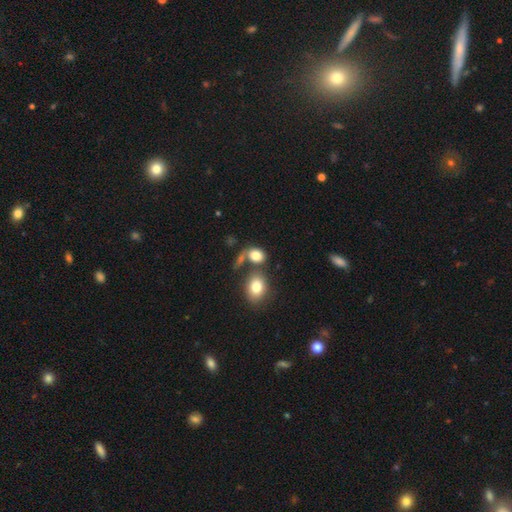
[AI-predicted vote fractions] A smooth galaxy with no disk features (81%) that is in between round and cigar-shaped (62%).

Vote fractions:
- Smooth or featured? smooth: 81% / featured or disk: 10% / star or artifact: 9%
- How rounded? in between: 62% / round: 36% / cigar-shaped: 2%
- Merging? none: 46% / merger: 34% / minor disturbance: 12% / major disturbance: 8%